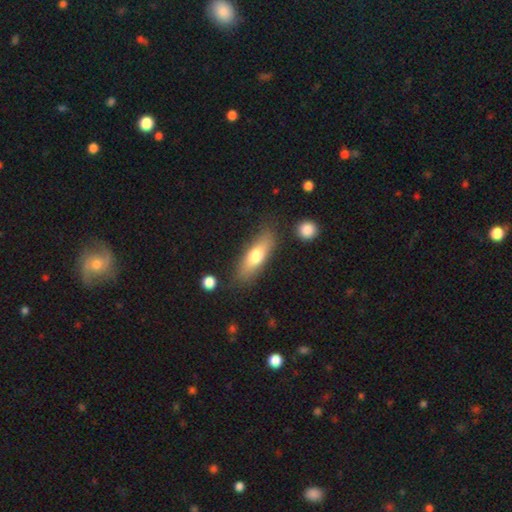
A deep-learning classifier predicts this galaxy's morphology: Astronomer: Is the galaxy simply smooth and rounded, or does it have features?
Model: smooth — 66%.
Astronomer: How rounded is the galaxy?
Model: in between — 50% (runner-up: cigar-shaped, 47%).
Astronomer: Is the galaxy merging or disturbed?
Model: none — 79%.